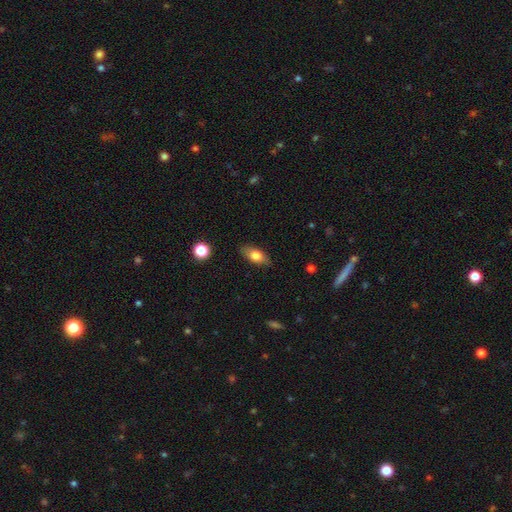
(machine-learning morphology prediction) Smooth or featured?
  - smooth: 76% *
  - featured or disk: 17%
  - star or artifact: 7%
How rounded?
  - in between: 85% *
  - cigar-shaped: 10%
  - round: 5%
Merging?
  - none: 83% *
  - minor disturbance: 13%
  - major disturbance: 3%
  - merger: 1%